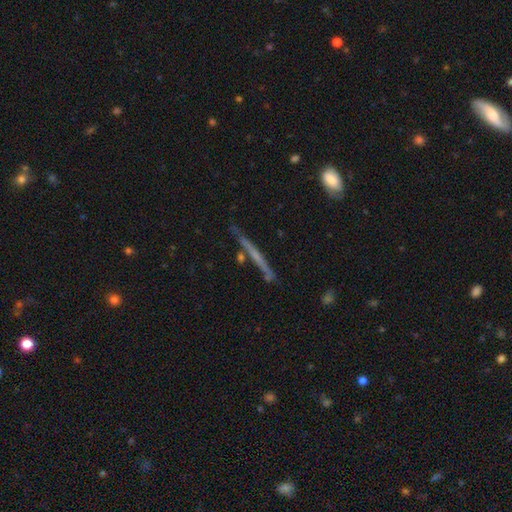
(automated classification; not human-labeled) Q: Smooth or featured?
A: featured or disk (59%); runner-up: smooth (32%)
Q: Edge-on disk?
A: yes (95%); runner-up: no (5%)
Q: Edge-on bulge?
A: none (77%); runner-up: rounded (17%)
Q: Merging?
A: none (80%); runner-up: minor disturbance (13%)